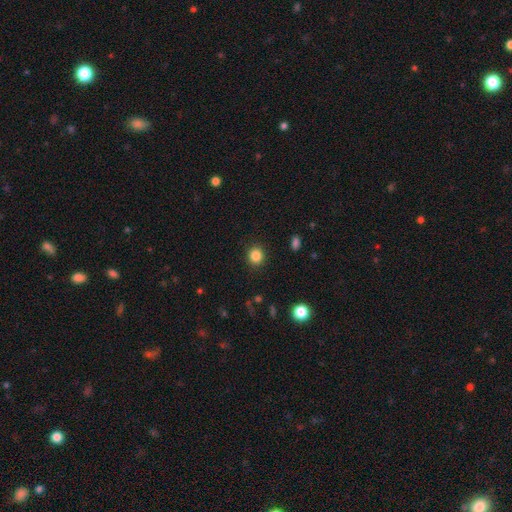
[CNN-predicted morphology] Smooth or featured? smooth (85%)
How rounded? round (85%)
Merging? none (91%)